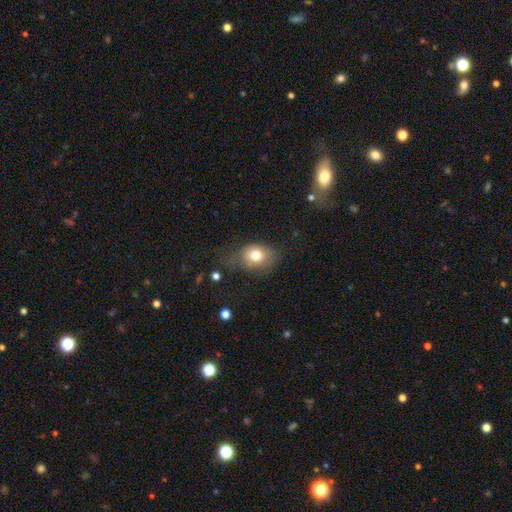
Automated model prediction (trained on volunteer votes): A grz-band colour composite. It shows a smooth galaxy with no disk features (76%) that is in between round and cigar-shaped (53%). Merging: none (51%).